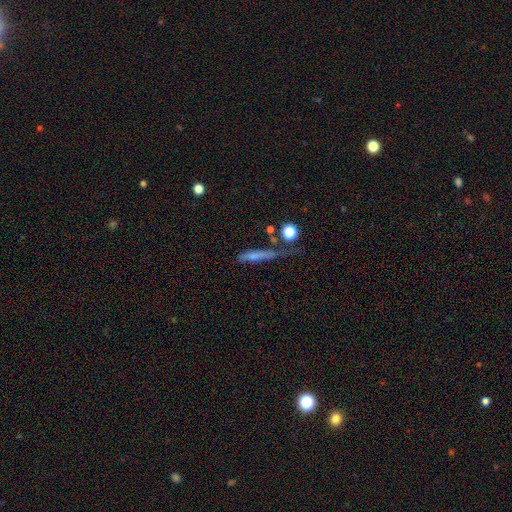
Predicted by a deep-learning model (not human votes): This is likely a smooth galaxy (60%). How rounded: clearly cigar-shaped (81%). Merging: possibly none (46%).